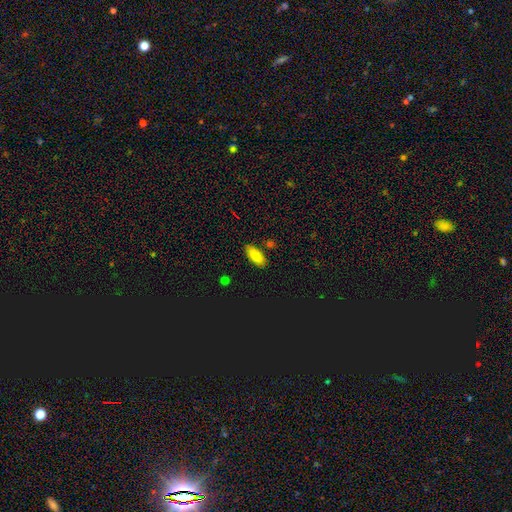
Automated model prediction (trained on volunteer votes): Morphology: type=smooth (82%); roundness=in between (86%); merging=none (84%).